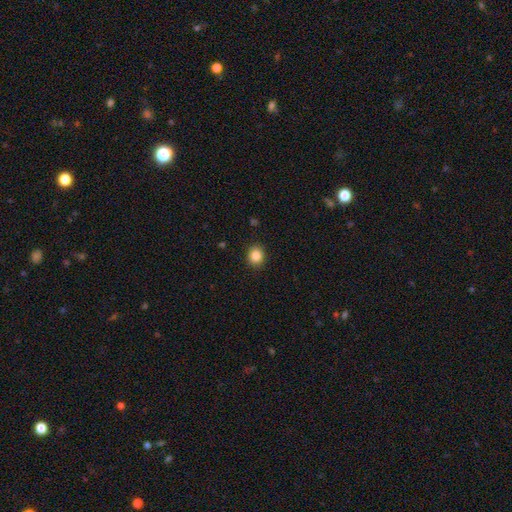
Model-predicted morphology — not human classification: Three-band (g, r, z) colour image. It shows a smooth galaxy with no disk features (85%) that is round (72%). Merging: none (90%).